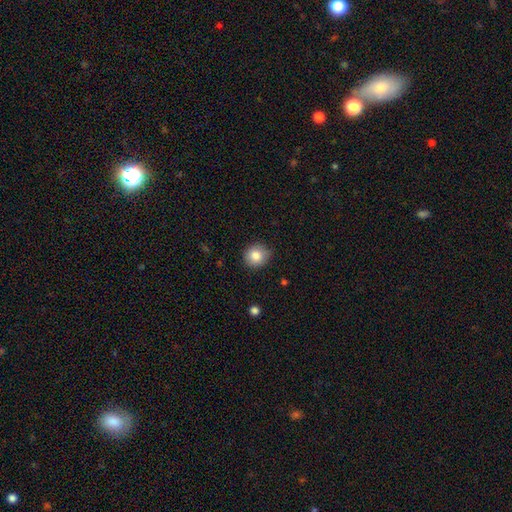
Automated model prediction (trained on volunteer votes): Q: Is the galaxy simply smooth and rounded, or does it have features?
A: smooth — 83%.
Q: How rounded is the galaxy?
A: round — 82%.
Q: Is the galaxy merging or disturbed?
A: none — 86%.